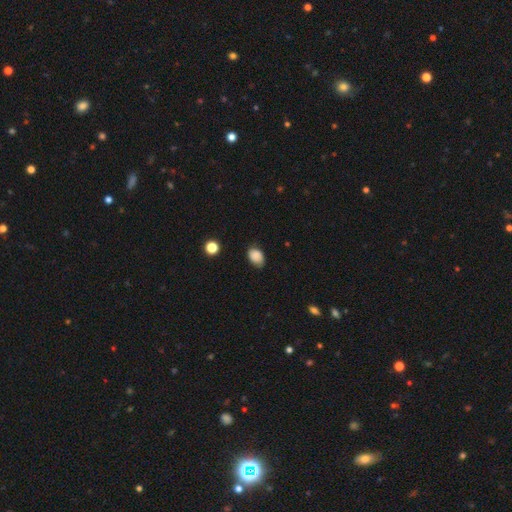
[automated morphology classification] Q: Smooth or featured?
A: smooth (86%); runner-up: star or artifact (9%)
Q: How rounded?
A: in between (78%); runner-up: round (21%)
Q: Merging?
A: none (74%); runner-up: minor disturbance (21%)